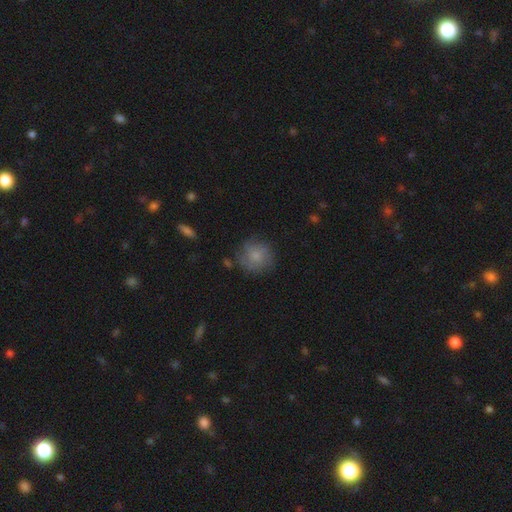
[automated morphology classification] smooth_or_featured: smooth (p=0.68) [alt: featured or disk p=0.23]
how_rounded: round (p=0.88) [alt: in between p=0.11]
merging: none (p=0.69) [alt: minor disturbance p=0.20]